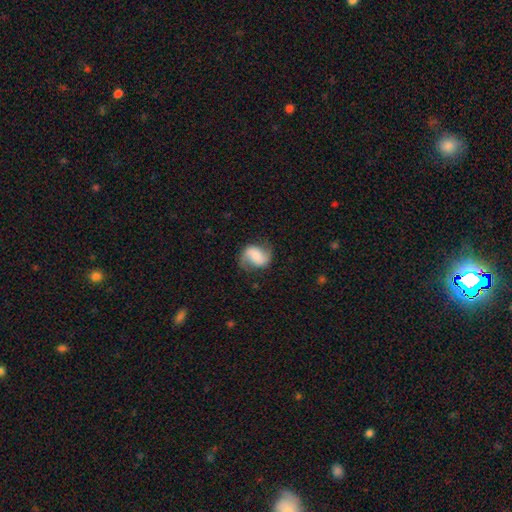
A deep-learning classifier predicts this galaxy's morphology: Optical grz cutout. It shows a featured or disk galaxy (62%) with no bar (38%), 2 (90%) loose (48%) spiral arms (92%) and a small central bulge (29%). Merging: none (72%).